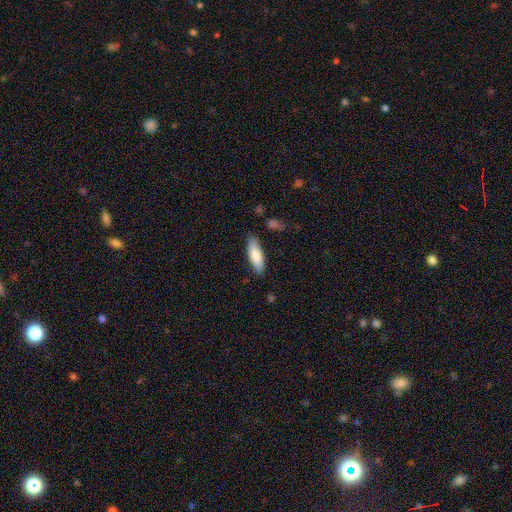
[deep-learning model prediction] Overall: smooth (84%). How rounded: in between (62%; cigar-shaped 36%). Merging: none (82%).